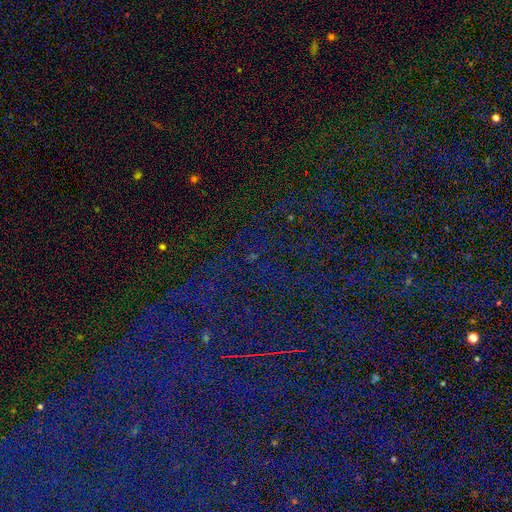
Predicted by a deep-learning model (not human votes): Smooth or featured? Predicted: star or artifact (p=0.84).